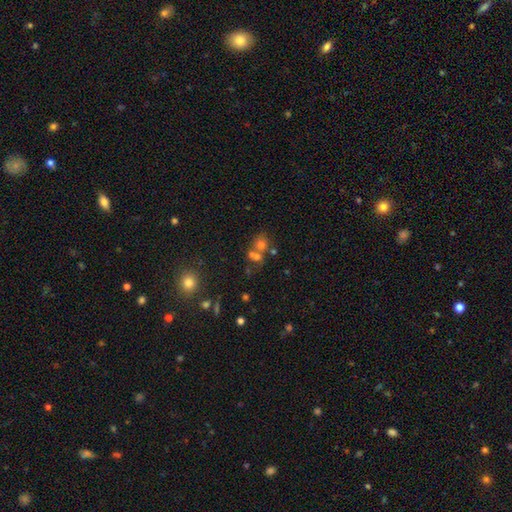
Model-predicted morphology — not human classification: Q: Smooth or featured?
A: smooth (59%); runner-up: star or artifact (22%)
Q: How rounded?
A: round (68%); runner-up: in between (31%)
Q: Merging?
A: merger (51%); runner-up: none (36%)